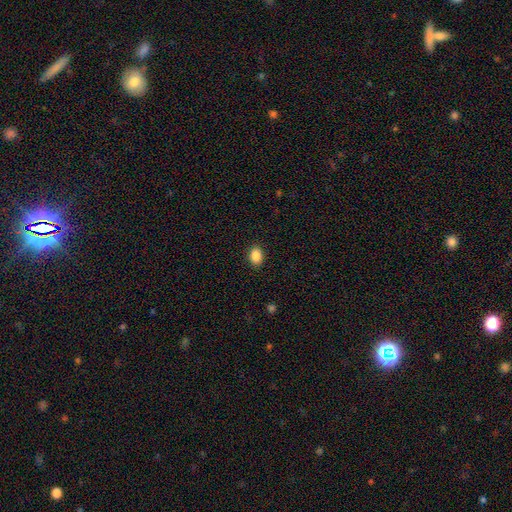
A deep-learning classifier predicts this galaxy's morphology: Smooth or featured? Predicted: smooth (p=0.88). How rounded? Predicted: in between (p=0.72). Merging? Predicted: none (p=0.90).